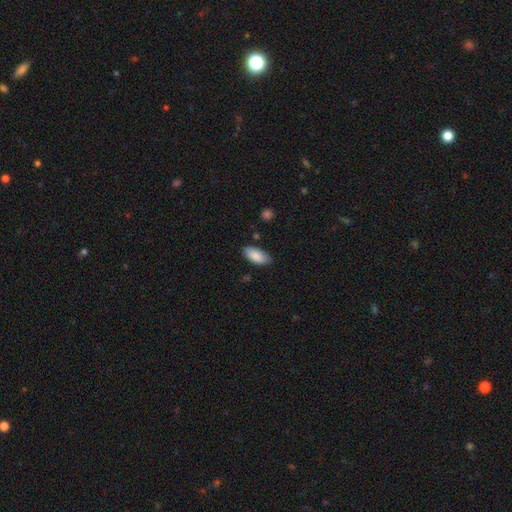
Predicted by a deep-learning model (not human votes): smooth_or_featured: smooth (p=0.87) [alt: featured or disk p=0.07]
how_rounded: in between (p=0.91) [alt: cigar-shaped p=0.07]
merging: none (p=0.83) [alt: minor disturbance p=0.13]